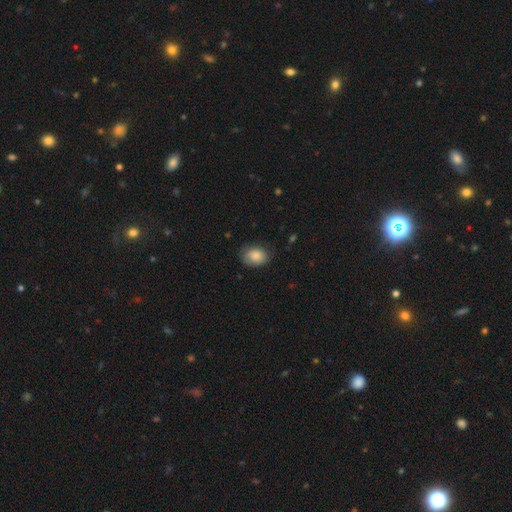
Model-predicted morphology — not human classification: A smooth galaxy with no disk features (84%) that is in between round and cigar-shaped (67%). Merging: none (73%).